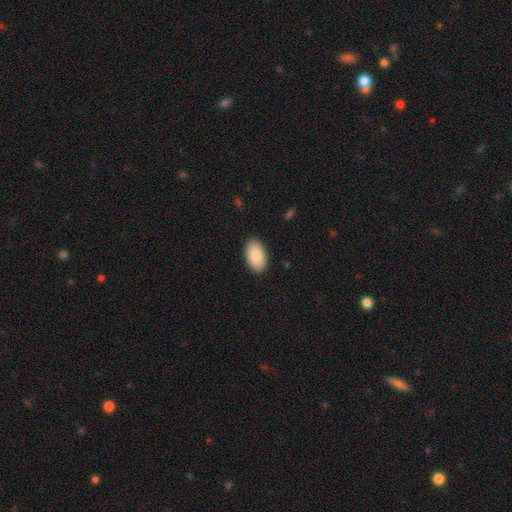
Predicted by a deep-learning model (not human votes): A smooth galaxy with no disk features (88%) that is in between round and cigar-shaped (95%). Merging: none (90%).